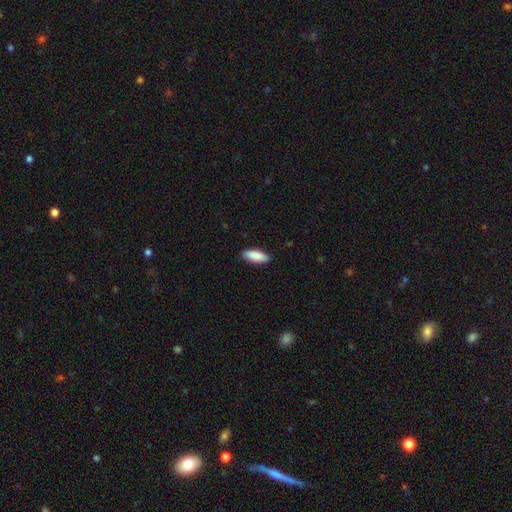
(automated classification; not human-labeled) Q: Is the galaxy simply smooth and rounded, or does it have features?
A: smooth — 89%.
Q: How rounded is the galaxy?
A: in between — 75%.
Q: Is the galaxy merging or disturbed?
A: none — 88%.